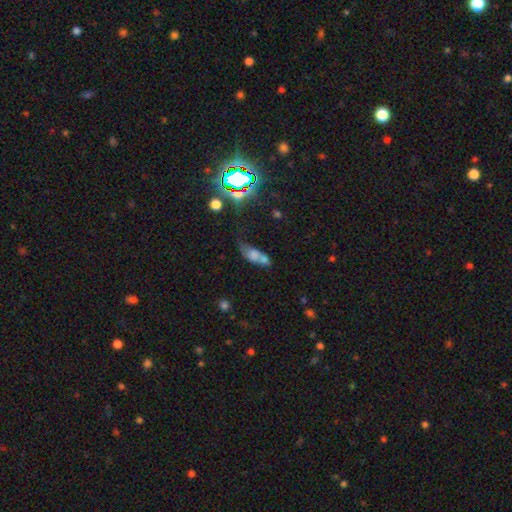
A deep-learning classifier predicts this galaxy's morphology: A smooth galaxy with no disk features (61%) that is in between round and cigar-shaped (71%). Merging: merger (49%).